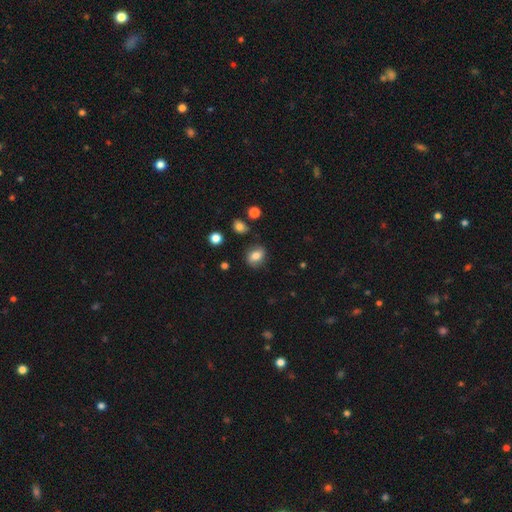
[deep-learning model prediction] Smooth or featured: smooth — 73% (featured or disk — 17%)
How rounded: in between — 54% (round — 44%)
Merging: none — 78% (minor disturbance — 15%)